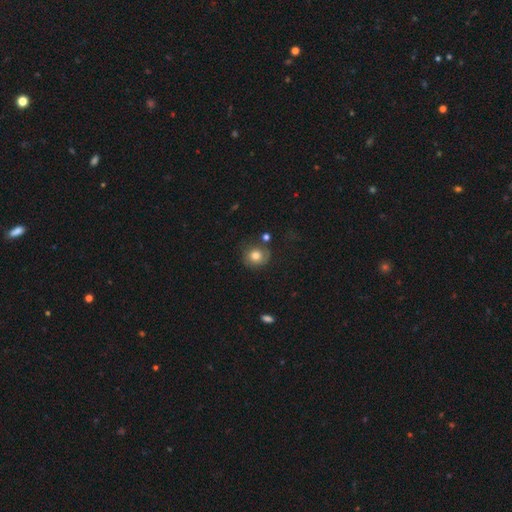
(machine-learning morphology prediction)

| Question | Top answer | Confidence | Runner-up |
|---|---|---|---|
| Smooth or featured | smooth | 75% | featured or disk (16%) |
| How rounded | round | 83% | in between (16%) |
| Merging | none | 70% | minor disturbance (18%) |